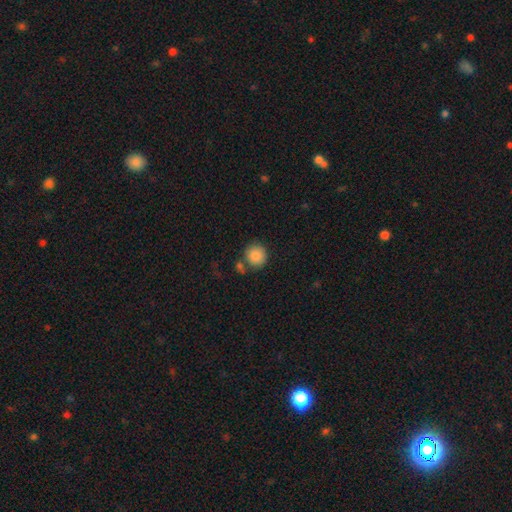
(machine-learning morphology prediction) Overall: smooth (87%). How rounded: round (91%). Merging: none (72%).